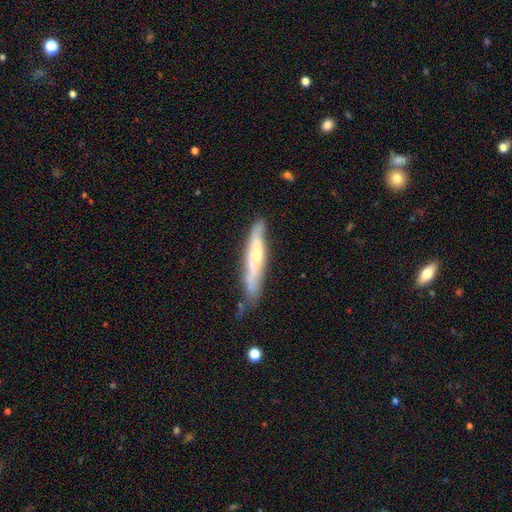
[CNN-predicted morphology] This appears to be a featured or disk galaxy (57%) viewed edge-on (84%). Merging: none (74%).